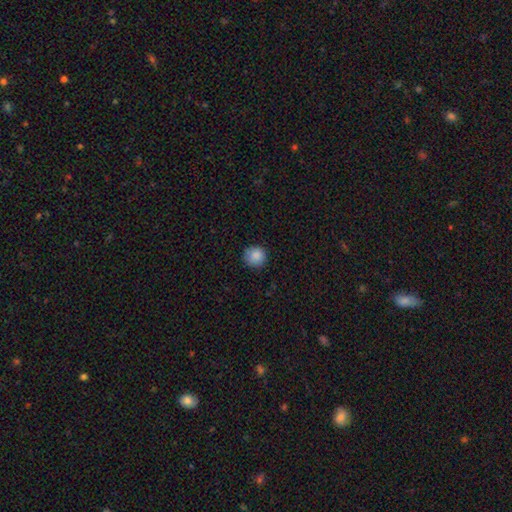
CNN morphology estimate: Q: Smooth or featured?
A: smooth (87%); runner-up: star or artifact (9%)
Q: How rounded?
A: round (93%); runner-up: in between (7%)
Q: Merging?
A: none (87%); runner-up: minor disturbance (10%)